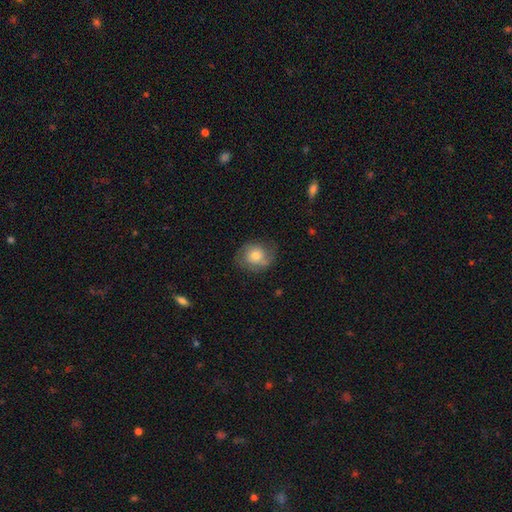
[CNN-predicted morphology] A smooth galaxy with no disk features (60%) that is round (69%). Merging: none (69%).